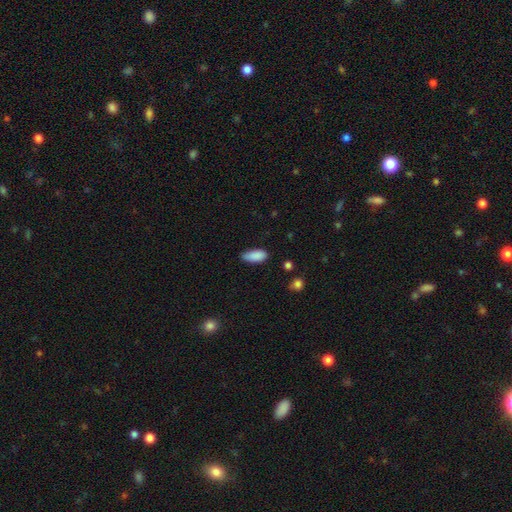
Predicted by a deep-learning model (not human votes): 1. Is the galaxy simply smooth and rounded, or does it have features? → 89% smooth, 7% star or artifact, 4% featured or disk.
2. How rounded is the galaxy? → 85% in between, 13% cigar-shaped, 2% round.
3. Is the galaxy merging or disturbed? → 74% none, 21% minor disturbance, 3% major disturbance, 2% merger.